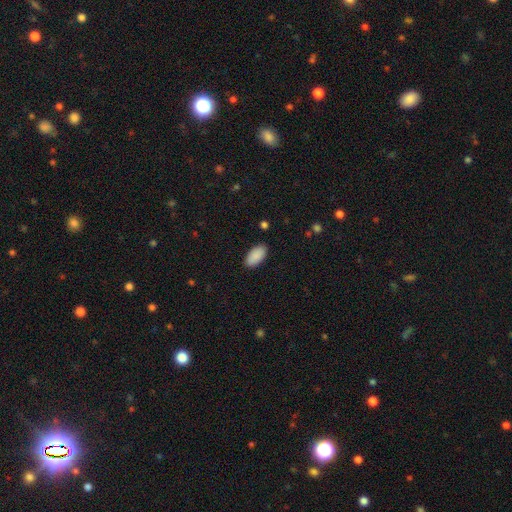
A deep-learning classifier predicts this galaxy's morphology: Smooth or featured?
  - smooth: 91% *
  - star or artifact: 6%
  - featured or disk: 3%
How rounded?
  - in between: 95% *
  - cigar-shaped: 3%
  - round: 2%
Merging?
  - none: 88% *
  - minor disturbance: 9%
  - major disturbance: 2%
  - merger: 1%